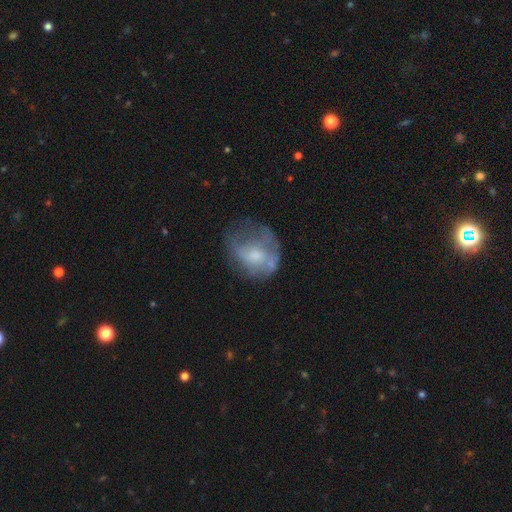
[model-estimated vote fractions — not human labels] smooth-or-featured: featured or disk: 47% | smooth: 43% | star or artifact: 10%
  merging: none: 38% | major disturbance: 31% | minor disturbance: 27% | merger: 5%